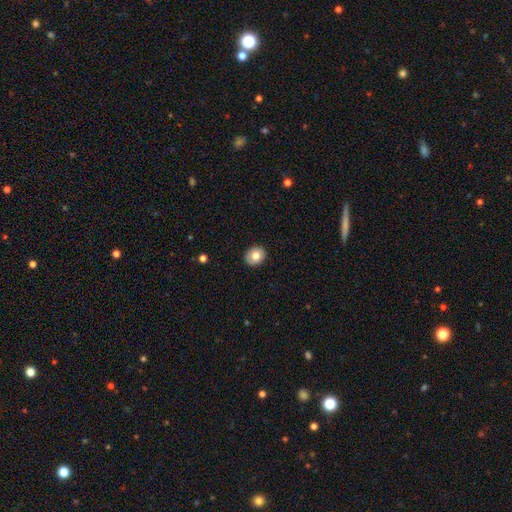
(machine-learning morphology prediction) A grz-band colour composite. It shows a smooth galaxy with no disk features (78%) that is round (67%). Merging: none (90%).